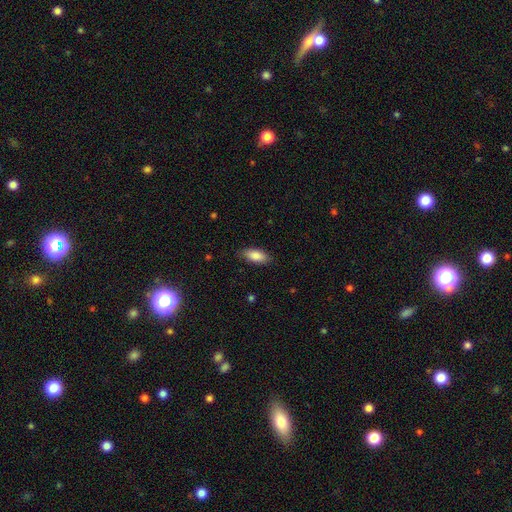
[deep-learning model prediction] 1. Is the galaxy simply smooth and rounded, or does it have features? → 87% smooth, 7% featured or disk, 6% star or artifact.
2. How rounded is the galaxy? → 85% in between, 13% cigar-shaped, 2% round.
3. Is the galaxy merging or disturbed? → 84% none, 12% minor disturbance, 3% major disturbance, 1% merger.